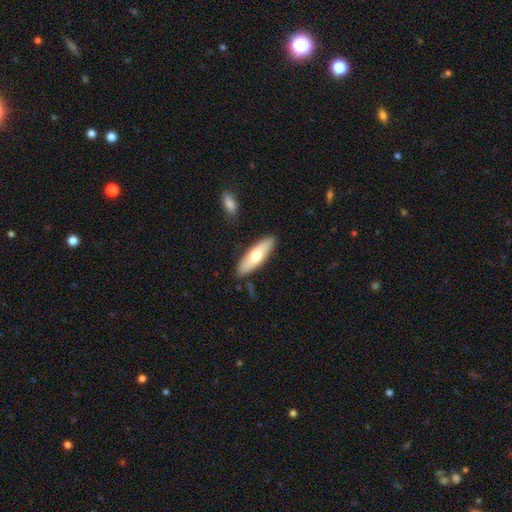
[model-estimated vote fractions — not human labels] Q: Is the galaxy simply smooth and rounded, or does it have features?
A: smooth — 67%.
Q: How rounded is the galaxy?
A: in between — 49%, tied with cigar-shaped.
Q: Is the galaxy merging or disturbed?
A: none — 86%.